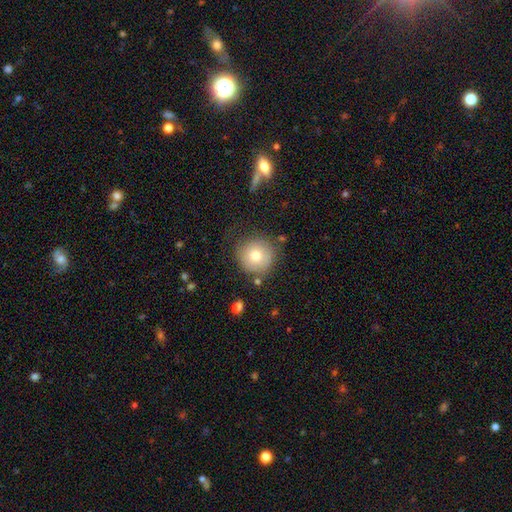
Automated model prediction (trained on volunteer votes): smooth_or_featured: smooth (p=0.72) [alt: featured or disk p=0.19]
how_rounded: round (p=0.94) [alt: in between p=0.05]
merging: none (p=0.74) [alt: minor disturbance p=0.17]